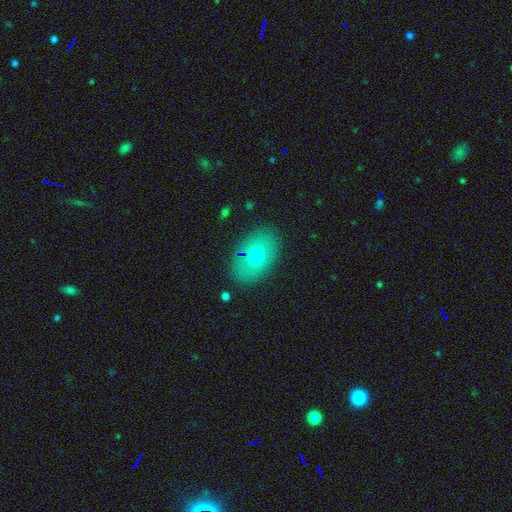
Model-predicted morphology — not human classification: A smooth galaxy with no disk features (68%) that is in between round and cigar-shaped (81%). Merging: none (81%).